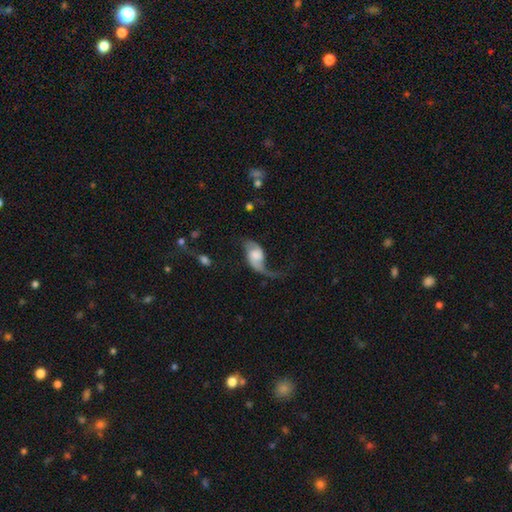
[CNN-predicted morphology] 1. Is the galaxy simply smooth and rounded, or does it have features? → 73% featured or disk, 21% smooth, 7% star or artifact.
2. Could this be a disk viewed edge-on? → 96% no, 4% yes.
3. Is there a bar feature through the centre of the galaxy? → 55% no, 35% weak, 9% strong.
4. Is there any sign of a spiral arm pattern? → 91% yes, 9% no.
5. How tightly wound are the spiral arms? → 82% loose, 14% medium, 4% tight.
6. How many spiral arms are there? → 64% 2, 31% 1, 3% can't tell, 1% 3, 1% 4, 1% more than 4.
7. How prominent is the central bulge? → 27% large (tied), 27% moderate (tied), 22% none, 17% small, 8% dominant.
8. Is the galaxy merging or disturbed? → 41% major disturbance, 35% none, 19% minor disturbance, 6% merger.